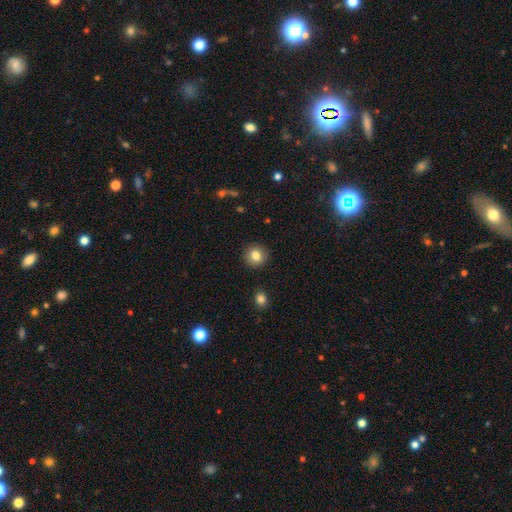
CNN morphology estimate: This appears to be a smooth galaxy with no disk features (82%) that is round (91%). Merging: none (91%).